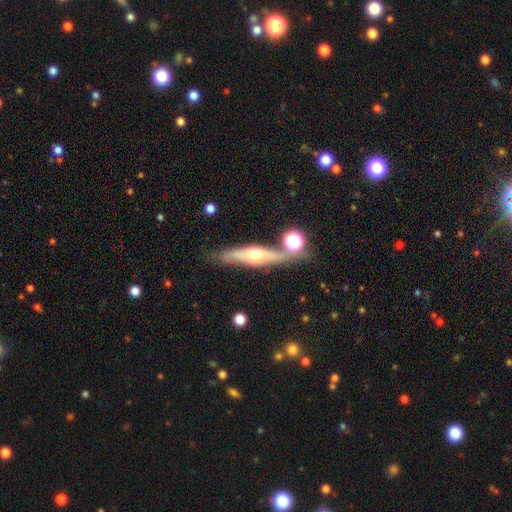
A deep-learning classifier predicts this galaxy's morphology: This appears to be a featured or disk galaxy (62%) viewed edge-on (84%) with a rounded central bulge (86%). Merging: none (70%).